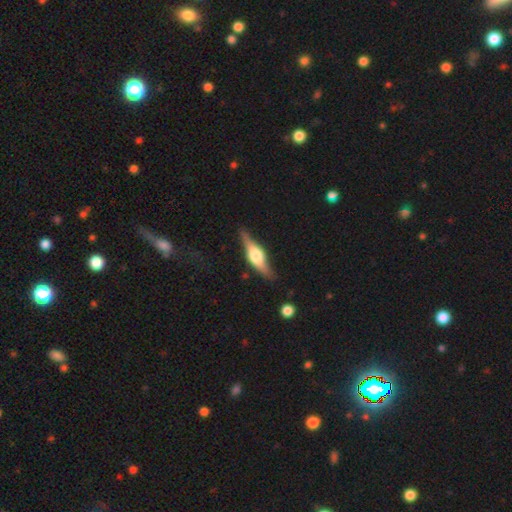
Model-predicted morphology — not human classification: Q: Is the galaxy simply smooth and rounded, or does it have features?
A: featured or disk — 69%.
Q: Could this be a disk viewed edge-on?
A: yes — 95%.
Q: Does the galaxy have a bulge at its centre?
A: rounded — 89%.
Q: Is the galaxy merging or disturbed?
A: none — 83%.